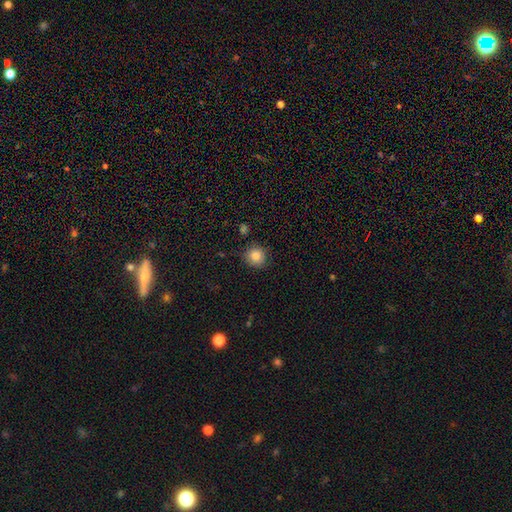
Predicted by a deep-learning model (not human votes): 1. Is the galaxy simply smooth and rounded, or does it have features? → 84% smooth, 10% star or artifact, 6% featured or disk.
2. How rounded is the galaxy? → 91% round, 8% in between, 1% cigar-shaped.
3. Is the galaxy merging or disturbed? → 87% none, 9% minor disturbance, 2% major disturbance, 2% merger.